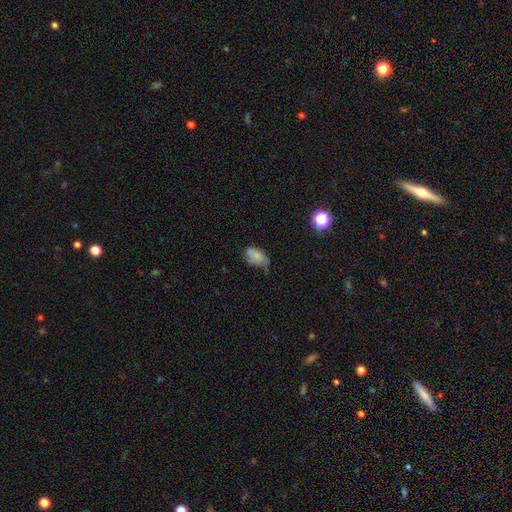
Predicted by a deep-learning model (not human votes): smooth-or-featured: smooth: 73% | featured or disk: 16% | star or artifact: 11%
  how-rounded: in between: 90% | round: 7% | cigar-shaped: 2%
  merging: minor disturbance: 42% | none: 39% | major disturbance: 16% | merger: 3%